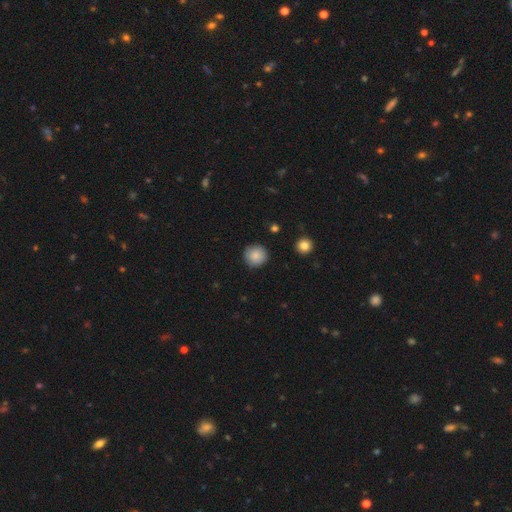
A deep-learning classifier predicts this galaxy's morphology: Smooth or featured: smooth — 87% (star or artifact — 8%)
How rounded: round — 94% (in between — 5%)
Merging: none — 90% (minor disturbance — 7%)